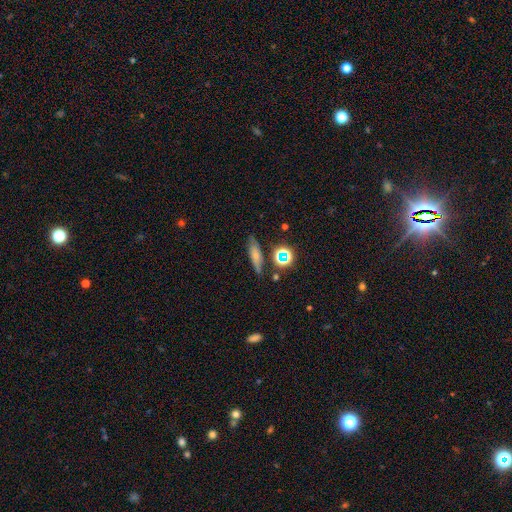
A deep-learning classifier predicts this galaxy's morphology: Smooth or featured? Predicted: smooth (p=0.57). How rounded? Predicted: cigar-shaped (p=0.50). Merging? Predicted: none (p=0.66).